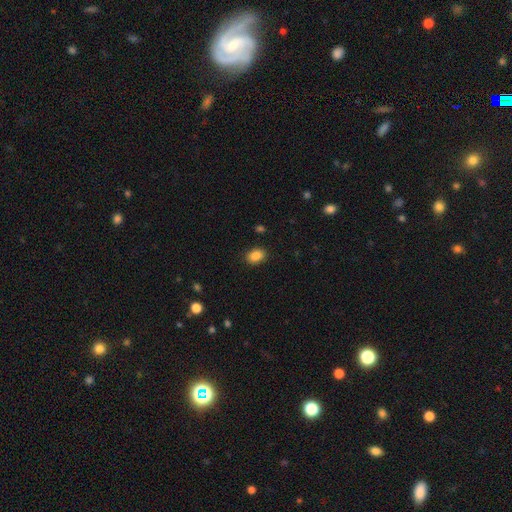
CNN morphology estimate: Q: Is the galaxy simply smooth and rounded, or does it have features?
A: smooth — 87%.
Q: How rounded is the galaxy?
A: in between — 75%.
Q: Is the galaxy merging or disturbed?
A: none — 88%.